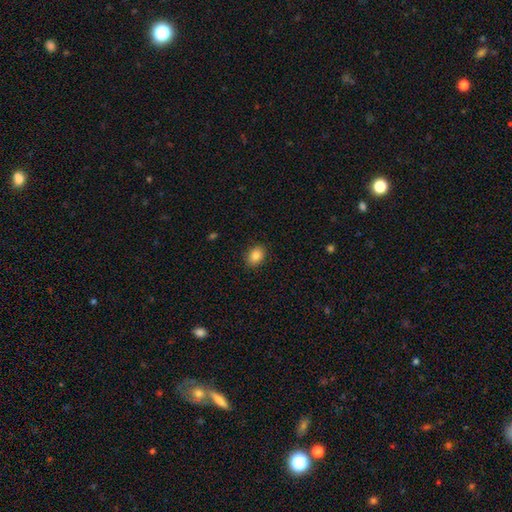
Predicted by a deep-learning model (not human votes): Smooth or featured?
  - smooth: 85% *
  - star or artifact: 9%
  - featured or disk: 6%
How rounded?
  - in between: 68% *
  - round: 31%
  - cigar-shaped: 1%
Merging?
  - none: 89% *
  - minor disturbance: 8%
  - major disturbance: 2%
  - merger: 1%